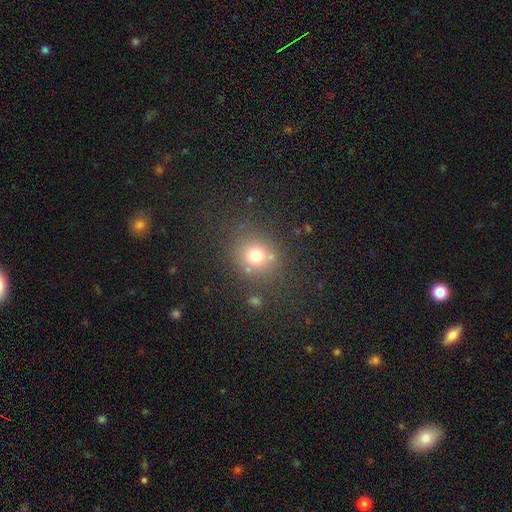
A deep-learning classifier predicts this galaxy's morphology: Smooth or featured: smooth — 72% (star or artifact — 17%)
How rounded: round — 81% (in between — 18%)
Merging: none — 76% (minor disturbance — 12%)